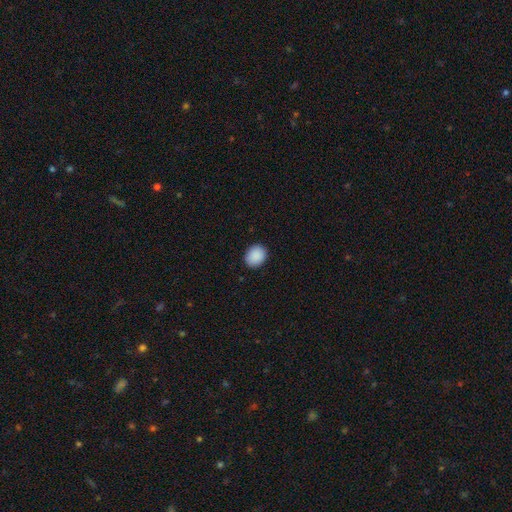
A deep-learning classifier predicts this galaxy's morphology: This is clearly a smooth galaxy (90%). How rounded: possibly round (56%). Merging: clearly none (89%).